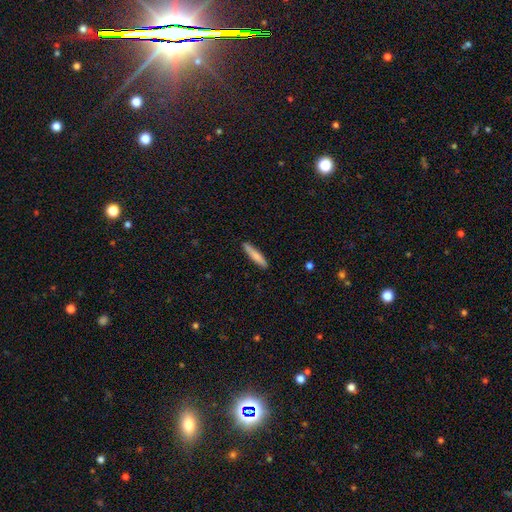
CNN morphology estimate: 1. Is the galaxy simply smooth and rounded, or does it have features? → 77% smooth, 18% featured or disk, 5% star or artifact.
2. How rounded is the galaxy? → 90% cigar-shaped, 8% in between, 1% round.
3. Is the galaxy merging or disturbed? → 87% none, 10% minor disturbance, 2% major disturbance, 1% merger.